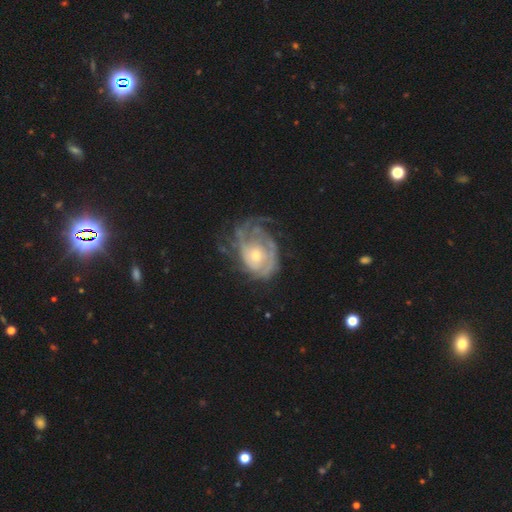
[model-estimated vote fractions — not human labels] smooth_or_featured: featured or disk (p=0.82) [alt: smooth p=0.12]
disk_edge_on: no (p=0.97) [alt: yes p=0.03]
bar: no (p=0.78) [alt: weak p=0.19]
has_spiral_arms: yes (p=0.88) [alt: no p=0.12]
spiral_winding: tight (p=0.59) [alt: medium p=0.29]
spiral_arm_count: can't tell (p=0.45) [alt: 2 p=0.19]
bulge_size: moderate (p=0.53) [alt: small p=0.40]
merging: none (p=0.46) [alt: major disturbance p=0.27]